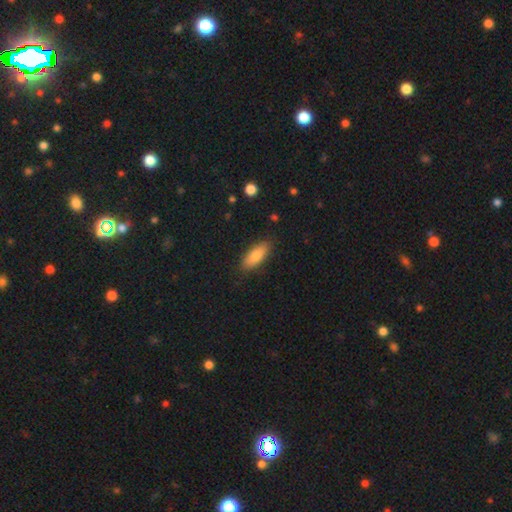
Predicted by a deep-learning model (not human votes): smooth-or-featured: smooth: 80% | featured or disk: 13% | star or artifact: 7%
  how-rounded: in between: 73% | cigar-shaped: 25% | round: 2%
  merging: none: 85% | minor disturbance: 11% | major disturbance: 2% | merger: 1%